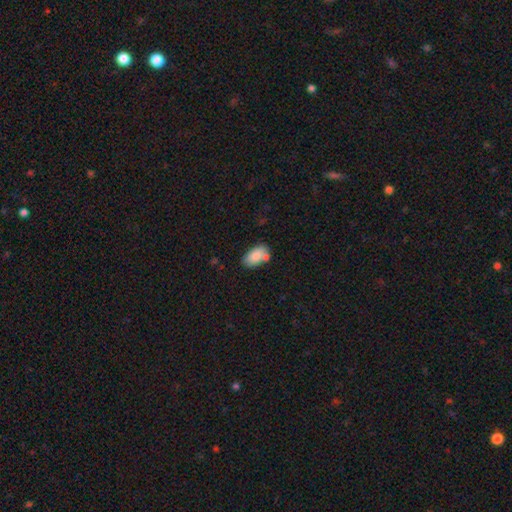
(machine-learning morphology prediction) This is clearly a smooth galaxy (83%). How rounded: clearly in between (93%). Merging: likely none (62%).